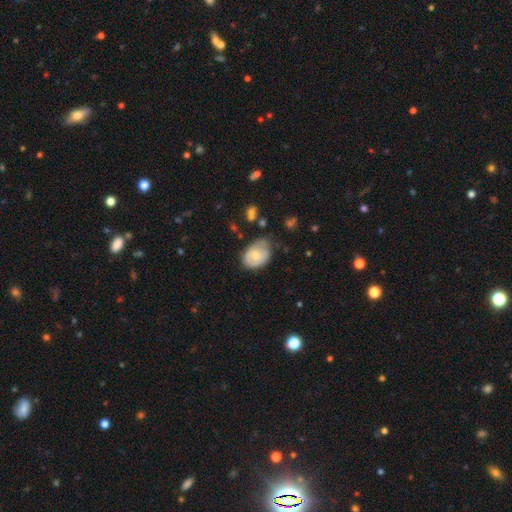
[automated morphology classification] smooth_or_featured: smooth (p=0.56) [alt: featured or disk p=0.37]
how_rounded: in between (p=0.76) [alt: round p=0.23]
merging: none (p=0.51) [alt: minor disturbance p=0.36]